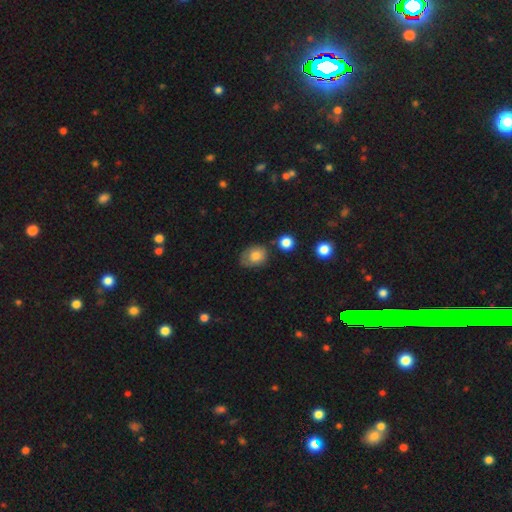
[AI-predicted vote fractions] smooth-or-featured: smooth: 76% | featured or disk: 15% | star or artifact: 9%
  how-rounded: in between: 63% | round: 36% | cigar-shaped: 1%
  merging: none: 59% | minor disturbance: 28% | major disturbance: 8% | merger: 5%